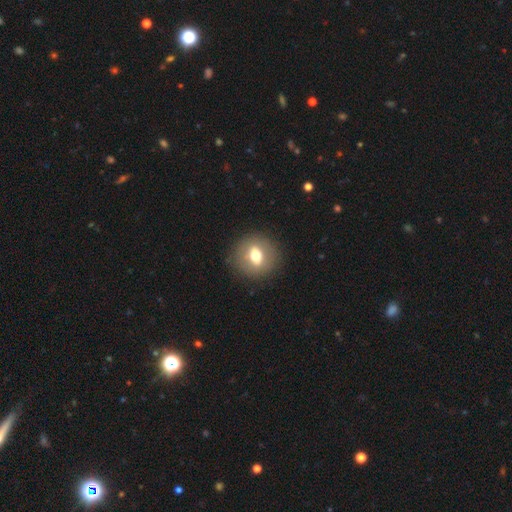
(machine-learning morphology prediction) Smooth or featured? smooth (58%)
How rounded? round (74%)
Merging? none (88%)